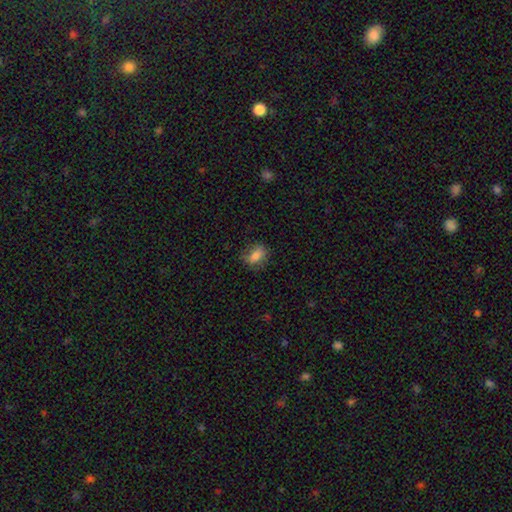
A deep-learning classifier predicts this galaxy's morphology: type=smooth (80%); roundness=in between (73%); merging=none (70%).